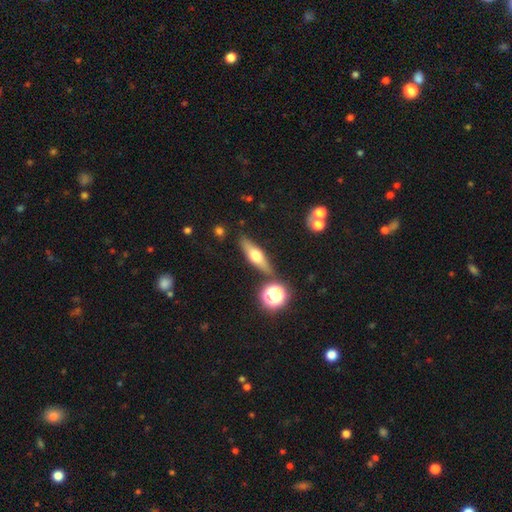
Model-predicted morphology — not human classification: smooth_or_featured: featured or disk (p=0.52) [alt: smooth p=0.39]
disk_edge_on: yes (p=0.90) [alt: no p=0.10]
merging: none (p=0.84) [alt: minor disturbance p=0.09]